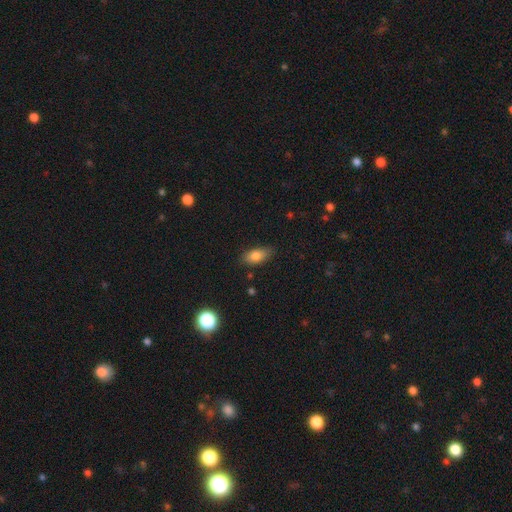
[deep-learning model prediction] The model was most divided on "merging": none: 77%, minor disturbance: 19%, major disturbance: 3%, merger: 2%. More confident: how rounded — in between (85%); smooth or featured — smooth (81%).